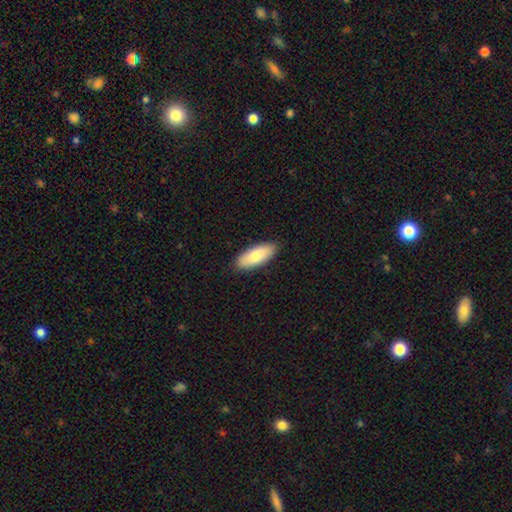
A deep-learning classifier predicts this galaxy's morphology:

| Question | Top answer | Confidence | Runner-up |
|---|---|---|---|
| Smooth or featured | smooth | 79% | featured or disk (16%) |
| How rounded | in between | 78% | cigar-shaped (20%) |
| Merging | none | 89% | minor disturbance (9%) |